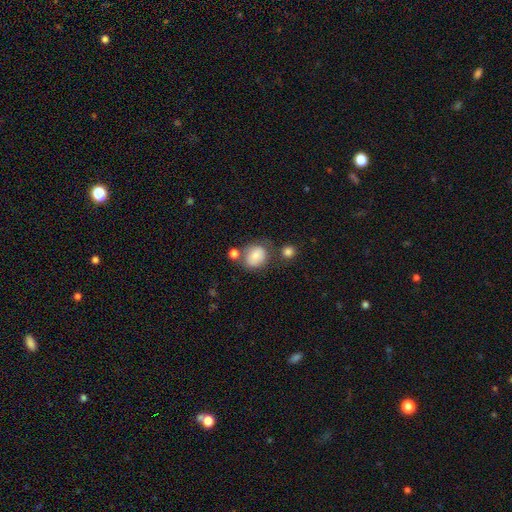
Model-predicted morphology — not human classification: Smooth or featured? smooth (76%)
How rounded? round (63%)
Merging? none (58%)